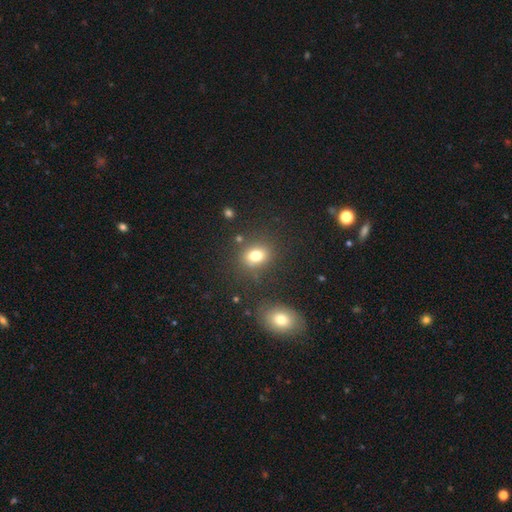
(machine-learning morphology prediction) Overall: smooth (78%). How rounded: in between (54%; round 44%). Merging: none (78%).